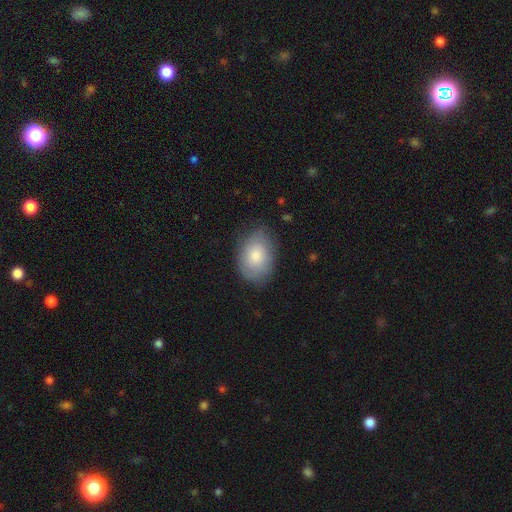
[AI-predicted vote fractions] smooth-or-featured: smooth: 78% | featured or disk: 16% | star or artifact: 7%
  how-rounded: in between: 81% | round: 18% | cigar-shaped: 1%
  merging: none: 76% | minor disturbance: 18% | major disturbance: 4% | merger: 1%